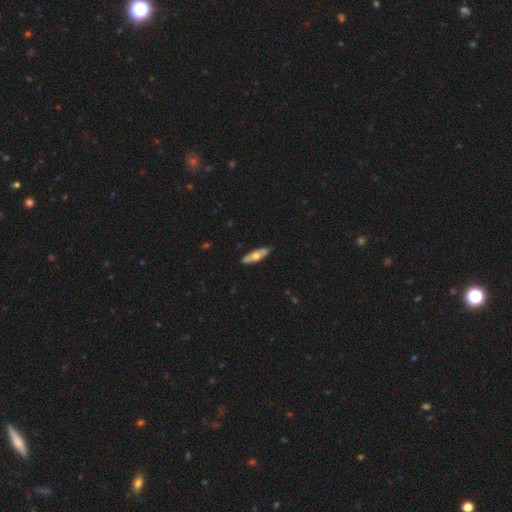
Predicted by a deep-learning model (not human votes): This is possibly a smooth galaxy (53%). How rounded: possibly in between (50%). Merging: clearly none (88%).